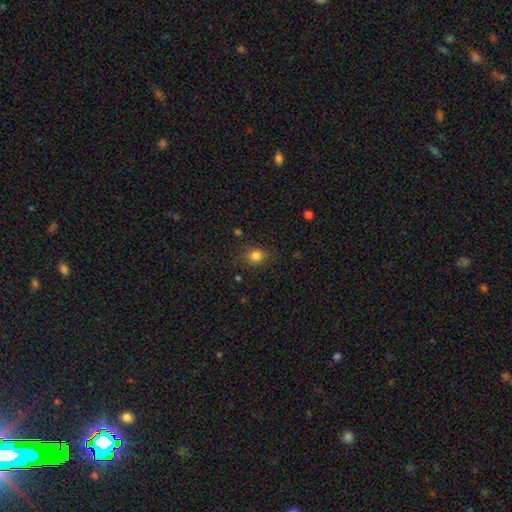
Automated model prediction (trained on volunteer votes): Q: Smooth or featured?
A: smooth (82%); runner-up: star or artifact (12%)
Q: How rounded?
A: round (70%); runner-up: in between (29%)
Q: Merging?
A: none (81%); runner-up: minor disturbance (13%)